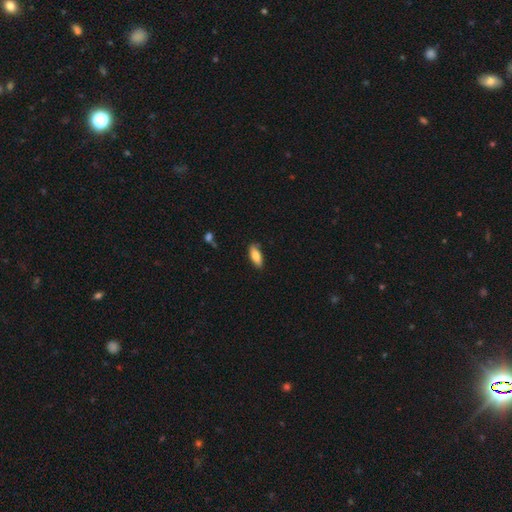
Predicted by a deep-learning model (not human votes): smooth_or_featured: smooth (p=0.82) [alt: featured or disk p=0.12]
how_rounded: in between (p=0.75) [alt: cigar-shaped p=0.23]
merging: none (p=0.85) [alt: minor disturbance p=0.12]